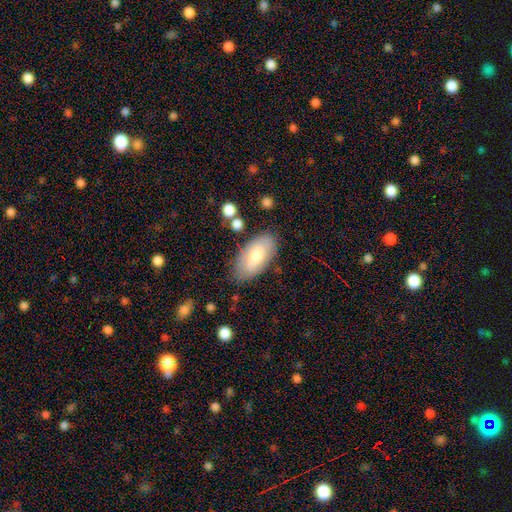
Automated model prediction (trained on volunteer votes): Q: Smooth or featured?
A: smooth (67%); runner-up: featured or disk (26%)
Q: How rounded?
A: in between (93%); runner-up: cigar-shaped (5%)
Q: Merging?
A: none (78%); runner-up: minor disturbance (16%)